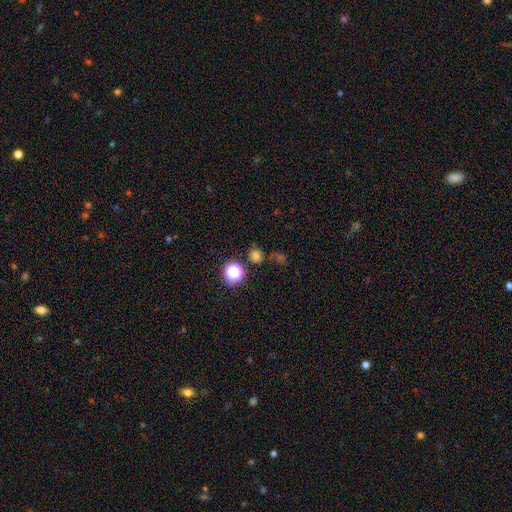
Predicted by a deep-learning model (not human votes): Morphology: type=smooth (67%); roundness=round (86%); merging=none (69%).